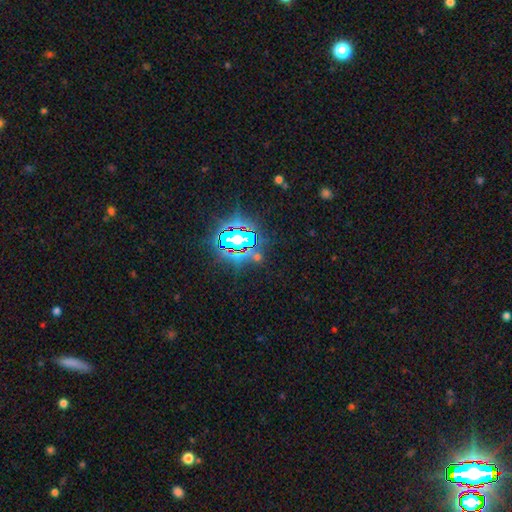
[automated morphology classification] smooth_or_featured: star or artifact (p=0.79) [alt: smooth p=0.13]